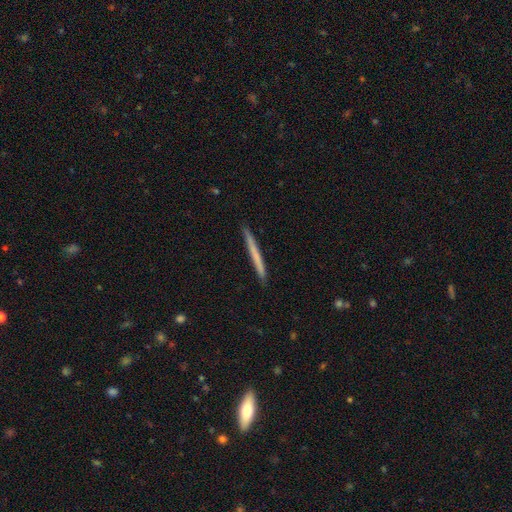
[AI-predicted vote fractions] Smooth or featured? Predicted: smooth (p=0.60). How rounded? Predicted: cigar-shaped (p=0.97). Merging? Predicted: none (p=0.91).